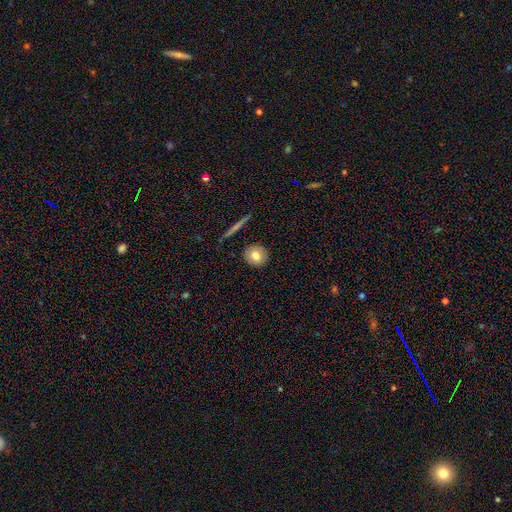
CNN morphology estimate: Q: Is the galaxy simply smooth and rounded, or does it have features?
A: smooth — 78%.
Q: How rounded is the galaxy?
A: round — 89%.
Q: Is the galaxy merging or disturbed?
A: none — 90%.